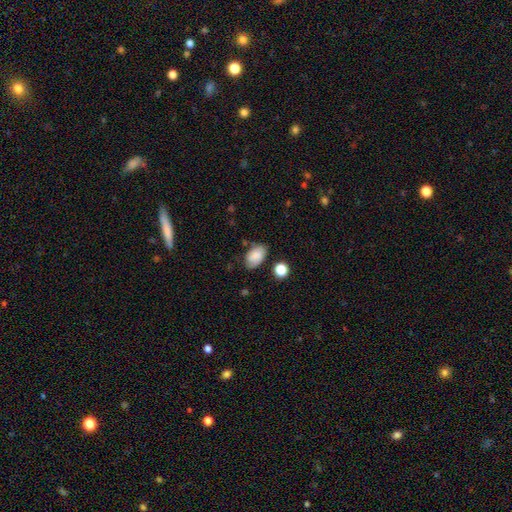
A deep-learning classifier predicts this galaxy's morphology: Overall: smooth (78%). How rounded: in between (89%). Merging: none (68%).